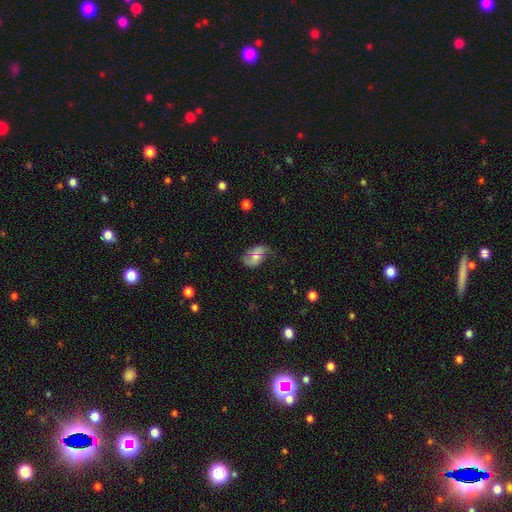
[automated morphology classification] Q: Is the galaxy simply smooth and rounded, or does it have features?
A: featured or disk — 56%.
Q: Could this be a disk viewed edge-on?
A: no — 95%.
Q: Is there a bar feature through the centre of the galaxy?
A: no — 58%.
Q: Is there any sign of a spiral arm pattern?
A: yes — 77%.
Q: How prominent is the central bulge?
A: small — 45%, tied with moderate.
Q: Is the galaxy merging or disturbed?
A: none — 49%.